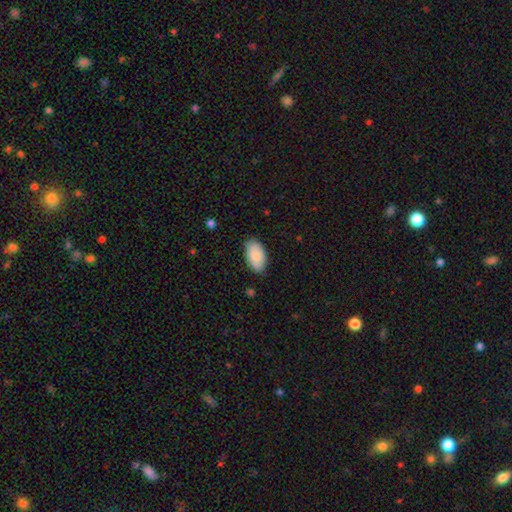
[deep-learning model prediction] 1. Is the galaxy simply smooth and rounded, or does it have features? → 86% smooth, 8% featured or disk, 6% star or artifact.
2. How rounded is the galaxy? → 95% in between, 3% round, 2% cigar-shaped.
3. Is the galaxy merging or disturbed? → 81% none, 16% minor disturbance, 3% major disturbance, 1% merger.